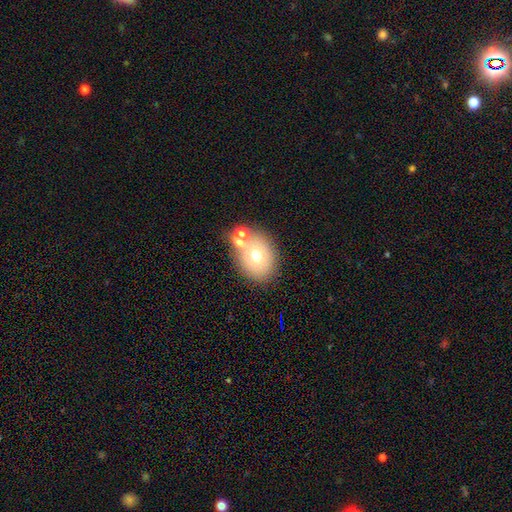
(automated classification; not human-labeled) Smooth or featured? smooth (64%)
How rounded? in between (57%)
Merging? none (62%)